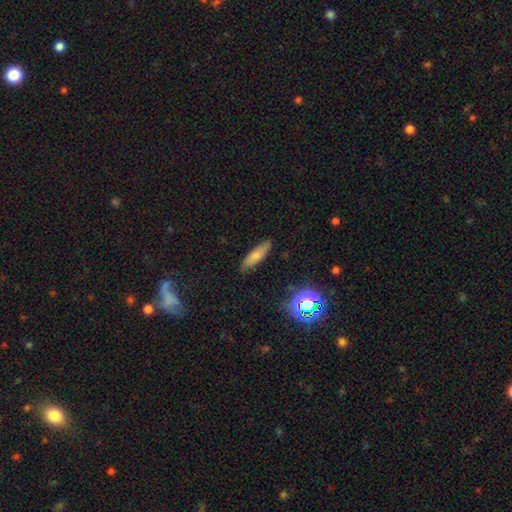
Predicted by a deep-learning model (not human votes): Morphology: type=smooth (72%); roundness=cigar-shaped (55%); merging=none (83%).